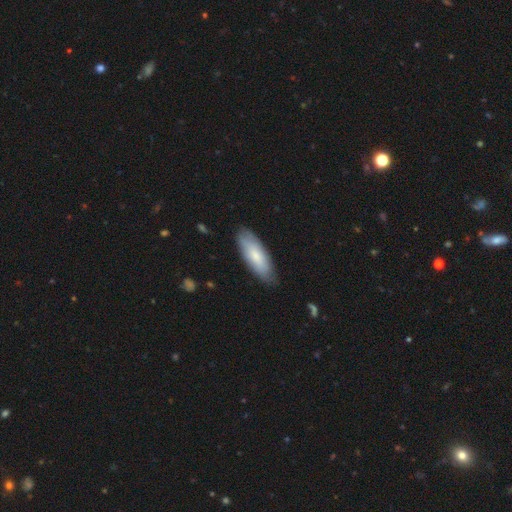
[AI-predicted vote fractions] Smooth or featured?
  - smooth: 75% *
  - featured or disk: 20%
  - star or artifact: 5%
How rounded?
  - in between: 66% *
  - cigar-shaped: 32%
  - round: 2%
Merging?
  - none: 81% *
  - minor disturbance: 15%
  - major disturbance: 3%
  - merger: 1%